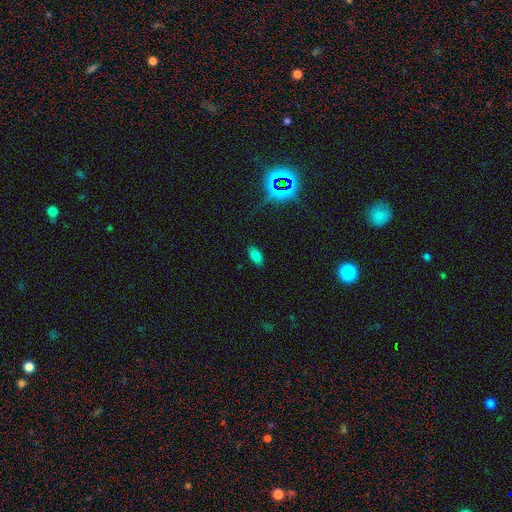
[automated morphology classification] type=smooth (75%); roundness=in between (92%); merging=none (86%).